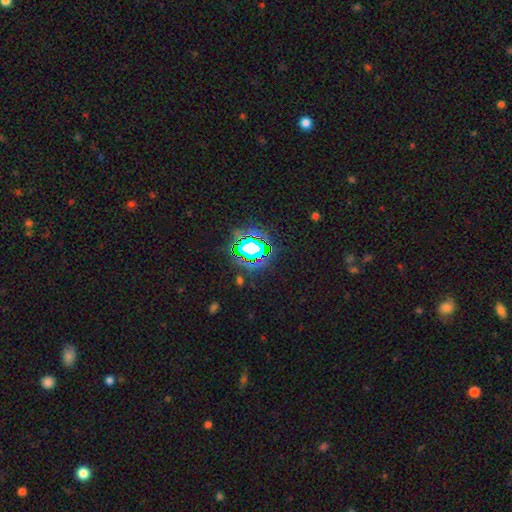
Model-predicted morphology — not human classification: type=star or artifact (78%).